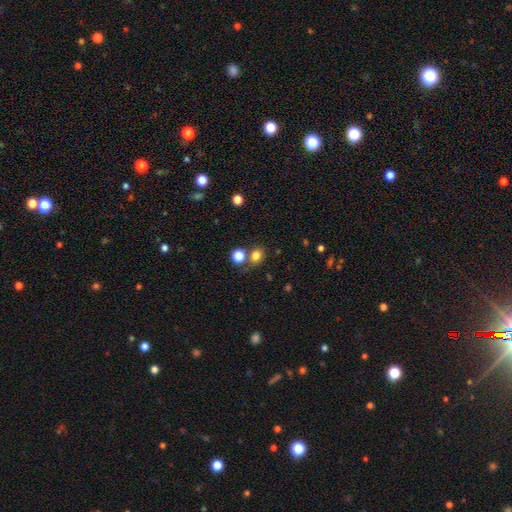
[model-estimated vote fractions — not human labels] This appears to be a smooth galaxy with no disk features (79%) that is round (66%). Merging: none (67%).